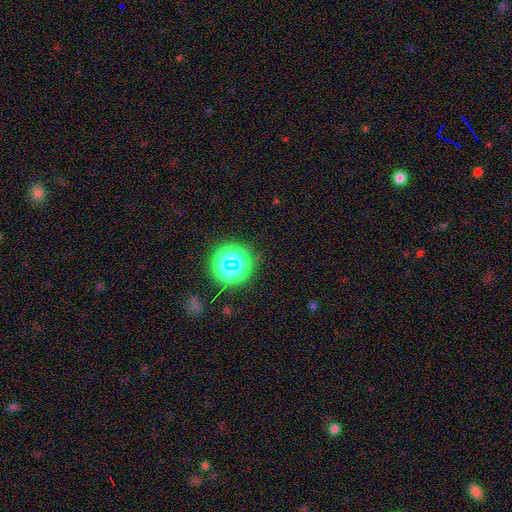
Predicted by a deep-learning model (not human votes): Smooth or featured?
  - star or artifact: 69% *
  - smooth: 23%
  - featured or disk: 8%